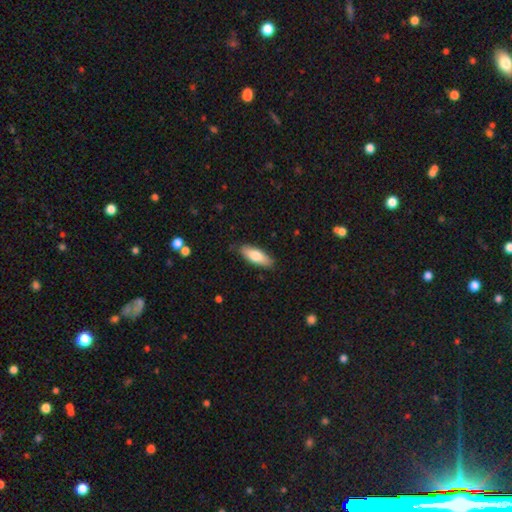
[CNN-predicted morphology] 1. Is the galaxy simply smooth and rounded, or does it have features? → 76% smooth, 18% featured or disk, 6% star or artifact.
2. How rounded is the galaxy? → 64% in between, 34% cigar-shaped, 2% round.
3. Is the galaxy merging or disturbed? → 85% none, 11% minor disturbance, 2% major disturbance, 1% merger.